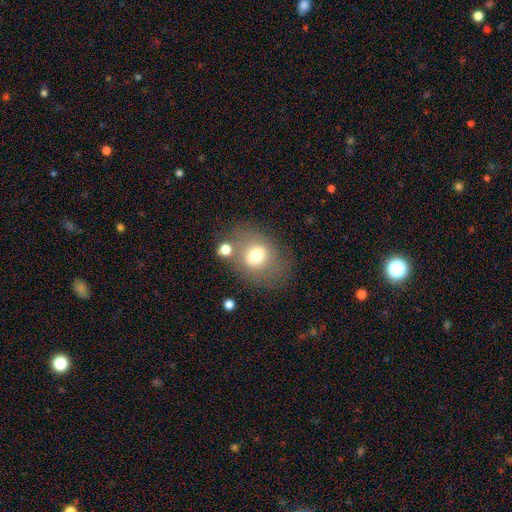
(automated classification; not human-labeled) smooth-or-featured: smooth: 68% | featured or disk: 20% | star or artifact: 12%
  how-rounded: round: 50% | in between: 49% | cigar-shaped: 1%
  merging: none: 64% | minor disturbance: 15% | merger: 12% | major disturbance: 8%